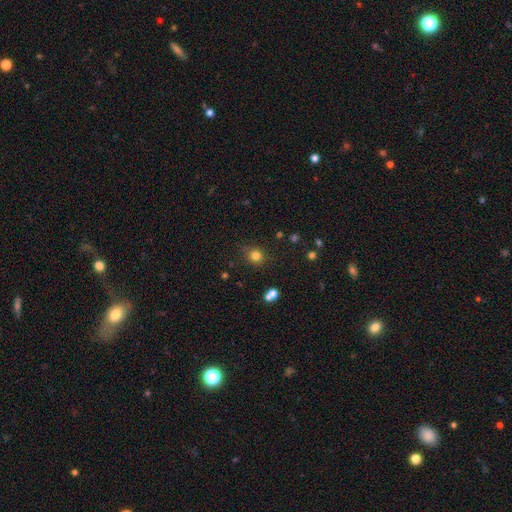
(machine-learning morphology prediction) Smooth or featured?
  - smooth: 79% *
  - star or artifact: 15%
  - featured or disk: 6%
How rounded?
  - round: 84% *
  - in between: 15%
  - cigar-shaped: 1%
Merging?
  - none: 81% *
  - minor disturbance: 12%
  - major disturbance: 4%
  - merger: 3%